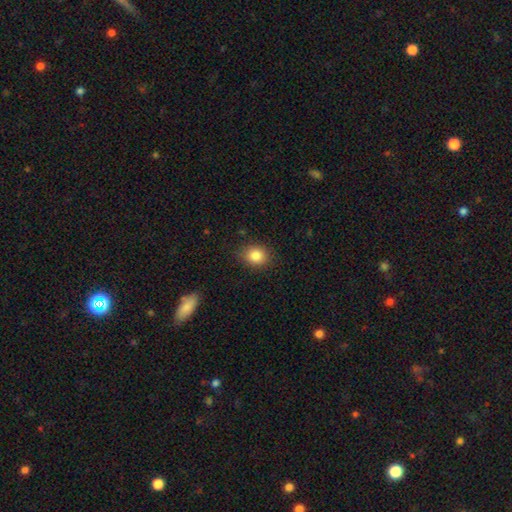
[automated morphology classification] A smooth galaxy with no disk features (85%) that is round (59%). Merging: none (85%).